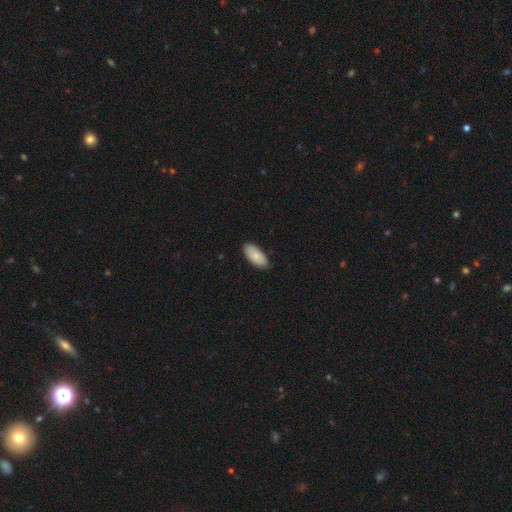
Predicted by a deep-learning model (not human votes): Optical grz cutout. It shows a smooth galaxy with no disk features (86%) that is in between round and cigar-shaped (92%). Merging: none (88%).